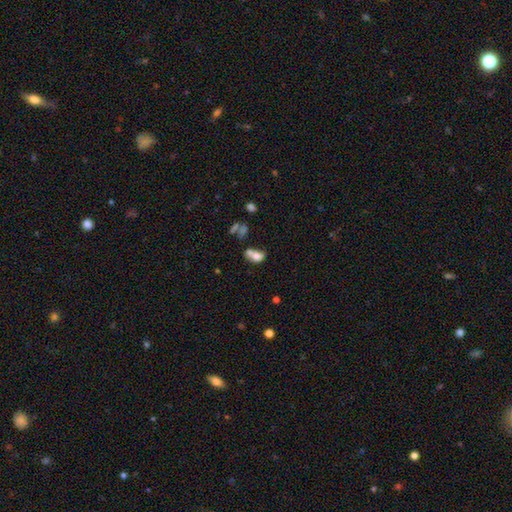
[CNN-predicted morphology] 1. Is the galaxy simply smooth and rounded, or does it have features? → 71% smooth, 17% featured or disk, 12% star or artifact.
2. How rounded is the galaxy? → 73% in between, 25% round, 2% cigar-shaped.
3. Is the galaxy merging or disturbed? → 59% merger, 22% none, 10% minor disturbance, 9% major disturbance.